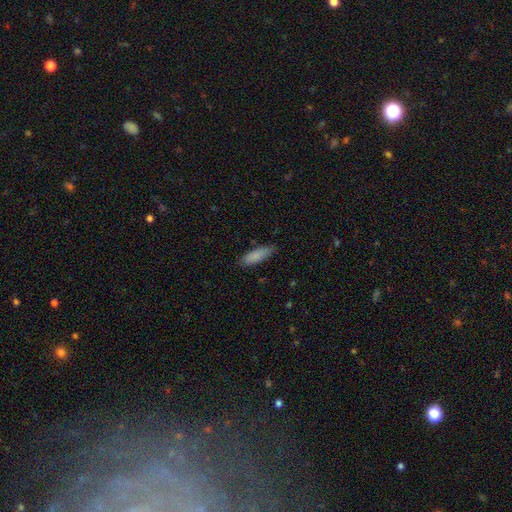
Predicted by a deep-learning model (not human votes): This appears to be a smooth galaxy with no disk features (86%) that is cigar-shaped (52%). Merging: none (81%).